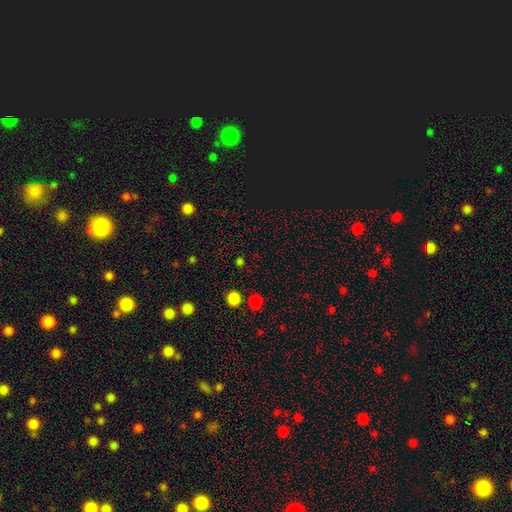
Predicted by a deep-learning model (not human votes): smooth-or-featured: smooth: 51% | star or artifact: 43% | featured or disk: 6%
  how-rounded: round: 86% | in between: 12% | cigar-shaped: 2%
  merging: none: 83% | minor disturbance: 8% | merger: 5% | major disturbance: 4%